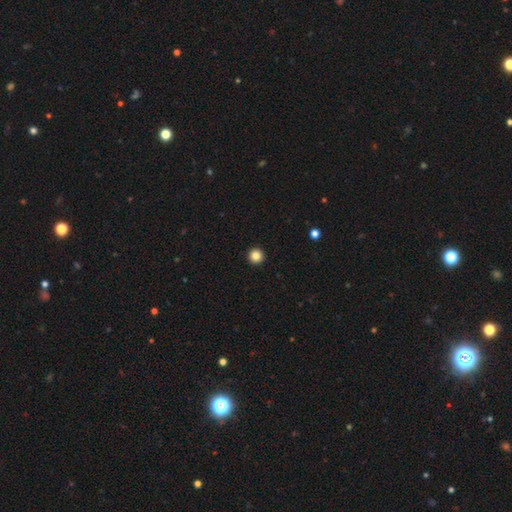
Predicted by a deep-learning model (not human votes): Q: Smooth or featured?
A: smooth (84%); runner-up: star or artifact (11%)
Q: How rounded?
A: round (96%); runner-up: in between (3%)
Q: Merging?
A: none (94%); runner-up: minor disturbance (3%)